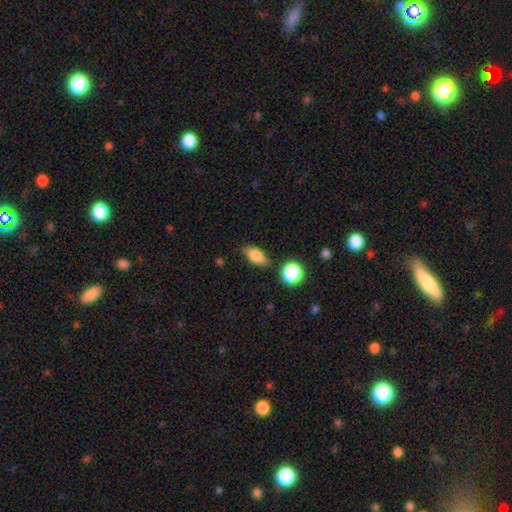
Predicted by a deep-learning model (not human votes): Q: Smooth or featured?
A: smooth (81%); runner-up: featured or disk (10%)
Q: How rounded?
A: in between (81%); runner-up: cigar-shaped (10%)
Q: Merging?
A: none (79%); runner-up: minor disturbance (14%)